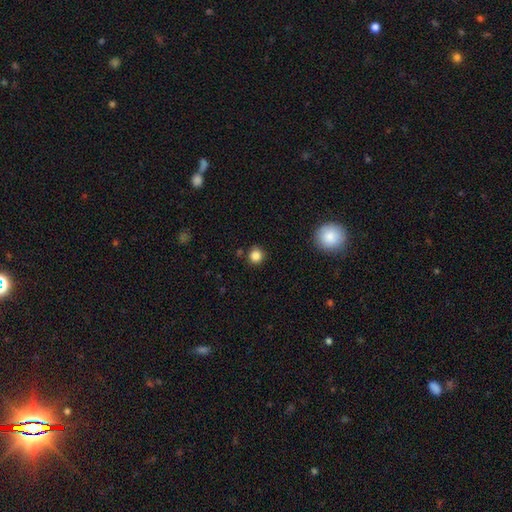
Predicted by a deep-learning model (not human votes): Smooth or featured? smooth (85%)
How rounded? round (91%)
Merging? none (86%)